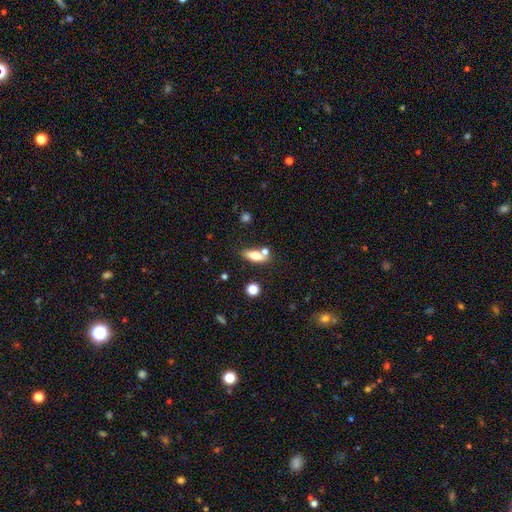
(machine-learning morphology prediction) A smooth galaxy with no disk features (65%) that is in between round and cigar-shaped (63%).

Vote fractions:
- Smooth or featured? smooth: 65% / featured or disk: 26% / star or artifact: 9%
- How rounded? in between: 63% / cigar-shaped: 31% / round: 6%
- Merging? none: 58% / merger: 25% / minor disturbance: 13% / major disturbance: 5%